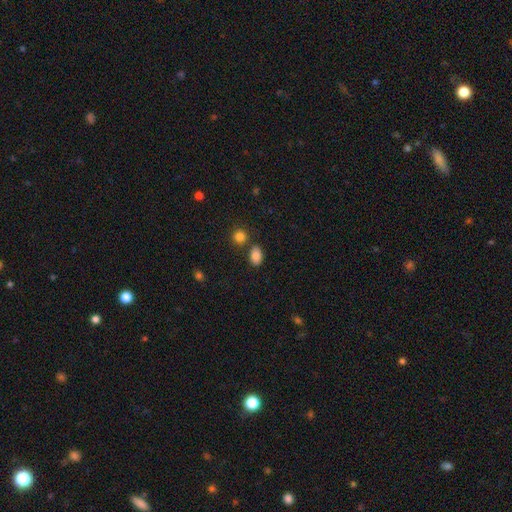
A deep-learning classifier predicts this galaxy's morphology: A smooth galaxy with no disk features (85%) that is in between round and cigar-shaped (86%). Merging: none (73%).